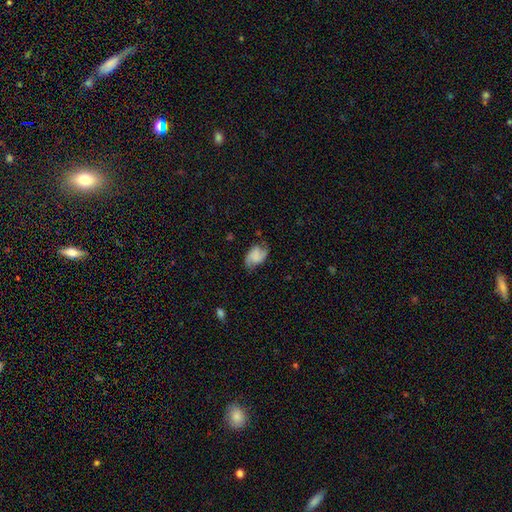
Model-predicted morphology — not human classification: Smooth or featured? Predicted: featured or disk (p=0.53). Edge-on disk? Predicted: no (p=0.97). Bar? Predicted: no (p=0.58). Spiral arms? Predicted: yes (p=0.88). Bulge size? Predicted: none (p=0.64). Merging? Predicted: none (p=0.61).